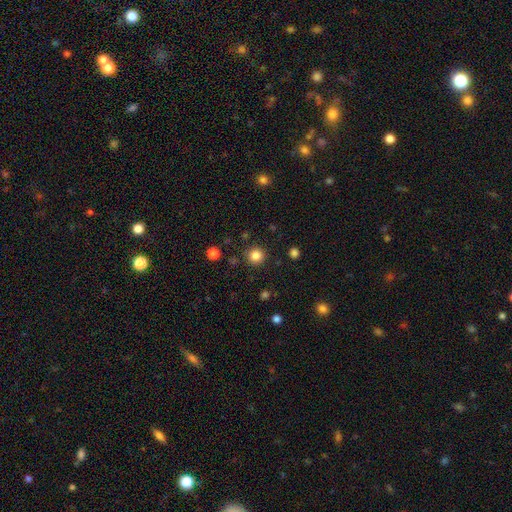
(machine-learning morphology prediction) The model was most divided on "smooth or featured": smooth: 84%, star or artifact: 12%, featured or disk: 4%. More confident: how rounded — round (95%); merging — none (91%).